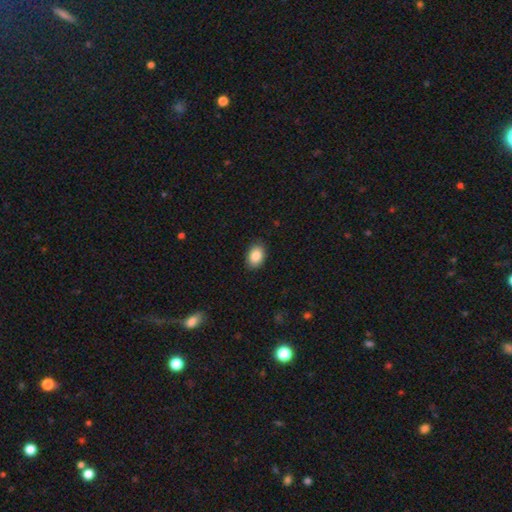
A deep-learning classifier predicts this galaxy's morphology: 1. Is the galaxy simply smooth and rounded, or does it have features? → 88% smooth, 7% star or artifact, 5% featured or disk.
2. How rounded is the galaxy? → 82% in between, 17% round, 1% cigar-shaped.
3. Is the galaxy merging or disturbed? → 88% none, 9% minor disturbance, 2% major disturbance, 1% merger.